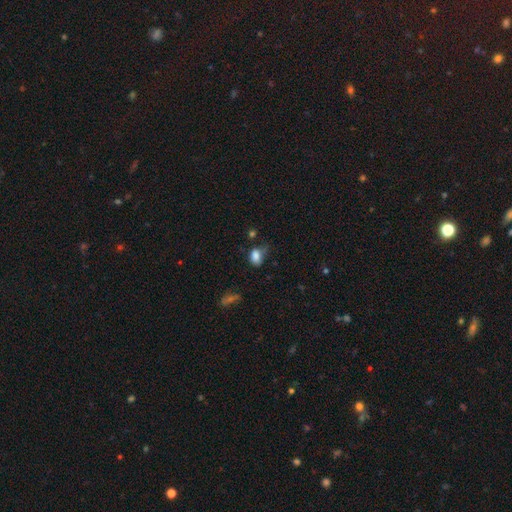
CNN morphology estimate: Q: Smooth or featured?
A: smooth (81%); runner-up: star or artifact (11%)
Q: How rounded?
A: in between (76%); runner-up: round (22%)
Q: Merging?
A: none (39%); runner-up: minor disturbance (35%)